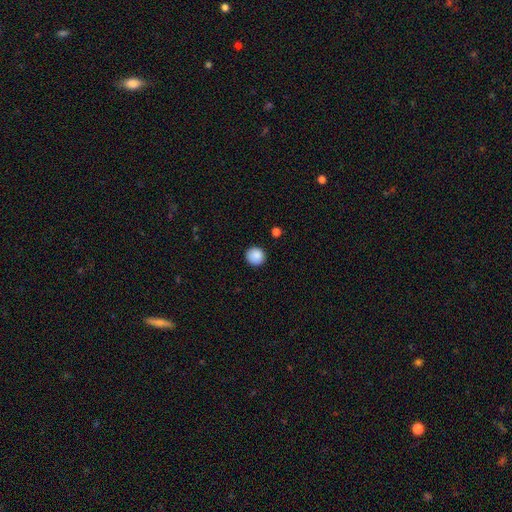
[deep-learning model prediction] Overall: smooth (89%). How rounded: round (93%). Merging: none (91%).